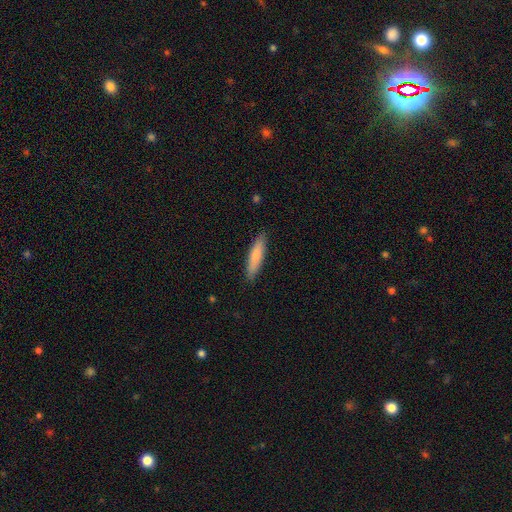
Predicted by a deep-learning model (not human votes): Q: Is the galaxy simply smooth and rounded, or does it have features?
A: smooth — 79%.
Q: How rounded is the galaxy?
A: cigar-shaped — 80%.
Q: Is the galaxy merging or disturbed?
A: none — 89%.